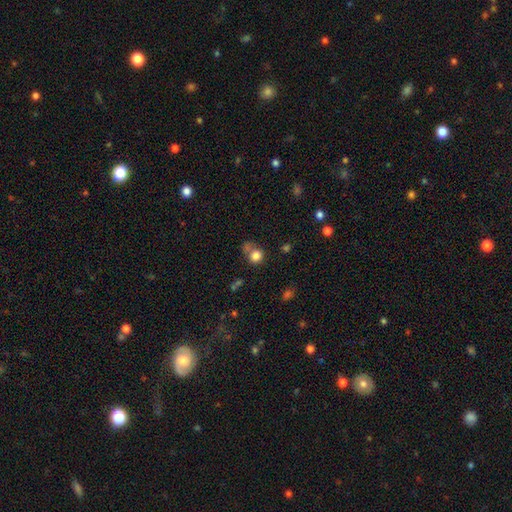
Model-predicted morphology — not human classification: Overall: smooth (80%). How rounded: round (79%). Merging: none (48%; merger 25%).